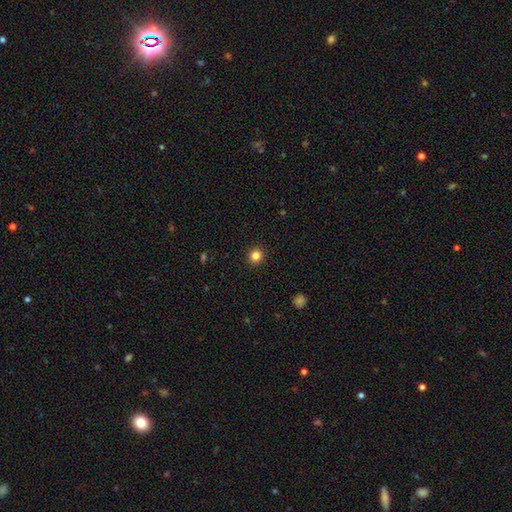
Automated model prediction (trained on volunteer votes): Smooth or featured?
  - smooth: 84% *
  - star or artifact: 12%
  - featured or disk: 4%
How rounded?
  - round: 90% *
  - in between: 10%
  - cigar-shaped: 1%
Merging?
  - none: 92% *
  - minor disturbance: 5%
  - major disturbance: 2%
  - merger: 1%